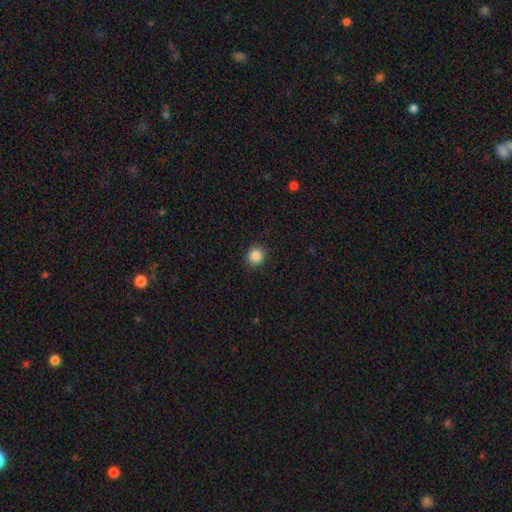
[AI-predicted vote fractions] Q: Smooth or featured?
A: smooth (87%); runner-up: star or artifact (10%)
Q: How rounded?
A: round (89%); runner-up: in between (10%)
Q: Merging?
A: none (91%); runner-up: minor disturbance (6%)